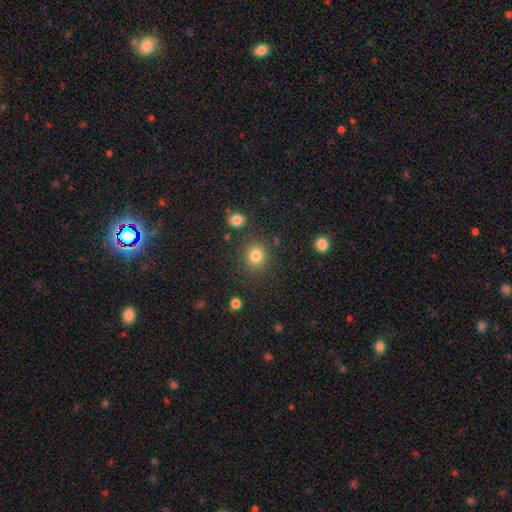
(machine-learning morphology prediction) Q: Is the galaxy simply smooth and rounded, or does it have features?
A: smooth — 82%.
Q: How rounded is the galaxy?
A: round — 88%.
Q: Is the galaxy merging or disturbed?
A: none — 85%.